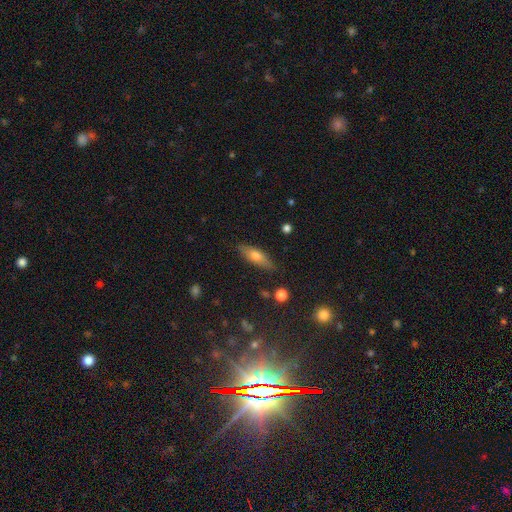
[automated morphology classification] Smooth or featured? smooth (59%)
How rounded? cigar-shaped (49%)
Merging? none (83%)